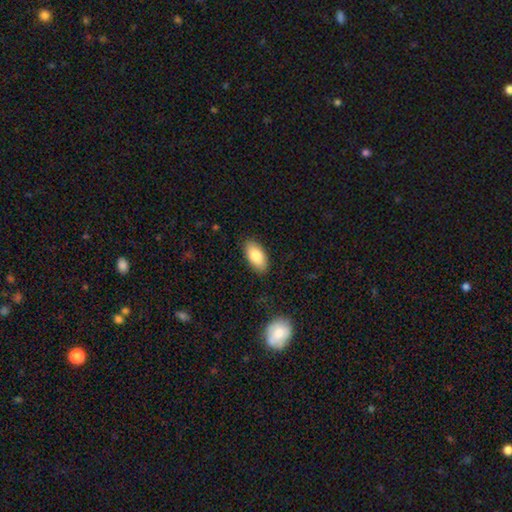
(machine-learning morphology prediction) A smooth galaxy with no disk features (81%) that is in between round and cigar-shaped (93%).

Vote fractions:
- Smooth or featured? smooth: 81% / featured or disk: 12% / star or artifact: 7%
- How rounded? in between: 93% / cigar-shaped: 4% / round: 3%
- Merging? none: 87% / minor disturbance: 9% / major disturbance: 2% / merger: 1%